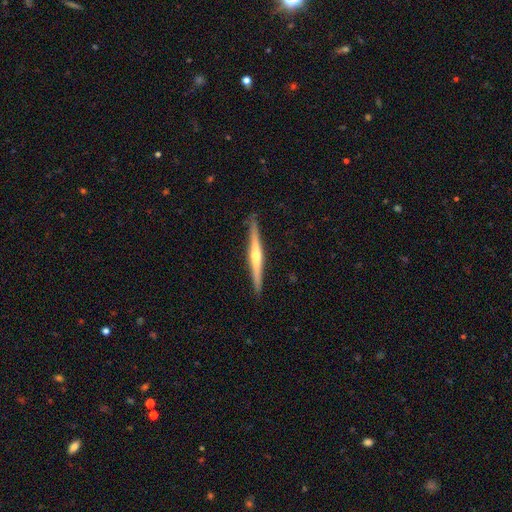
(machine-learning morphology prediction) smooth-or-featured: featured or disk: 71% | smooth: 24% | star or artifact: 5%
  disk-edge-on: yes: 98% | no: 2%
    edge-on-bulge: rounded: 75% | none: 19% | boxy: 6%
  merging: none: 90% | minor disturbance: 7% | major disturbance: 1% | merger: 1%